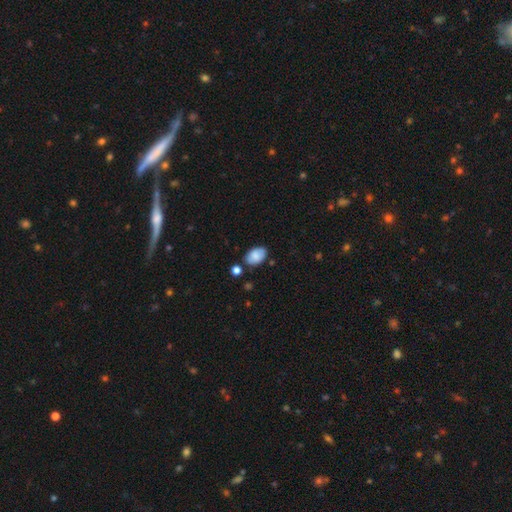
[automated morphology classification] smooth_or_featured: smooth (p=0.84) [alt: featured or disk p=0.09]
how_rounded: in between (p=0.89) [alt: round p=0.09]
merging: none (p=0.77) [alt: minor disturbance p=0.15]